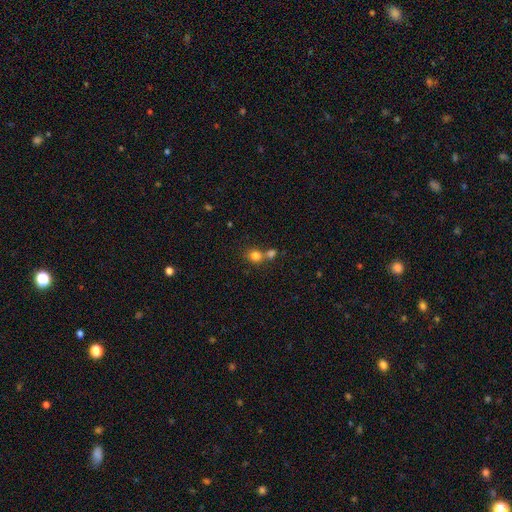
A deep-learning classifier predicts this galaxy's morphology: Q: Smooth or featured?
A: smooth (80%); runner-up: star or artifact (12%)
Q: How rounded?
A: round (77%); runner-up: in between (22%)
Q: Merging?
A: none (47%); runner-up: merger (42%)